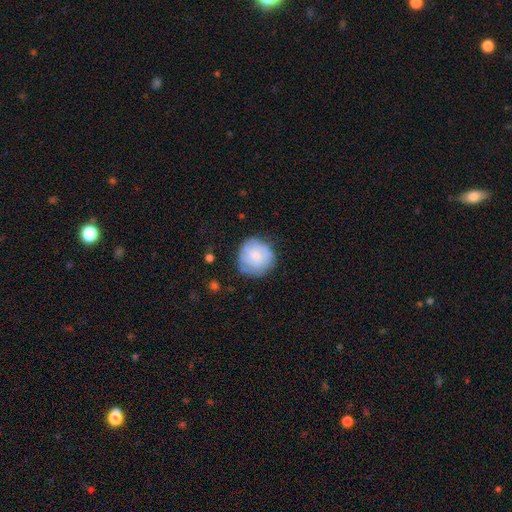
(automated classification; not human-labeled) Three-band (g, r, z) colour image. It shows a smooth galaxy with no disk features (58%) that is round (91%). Merging: none (73%).